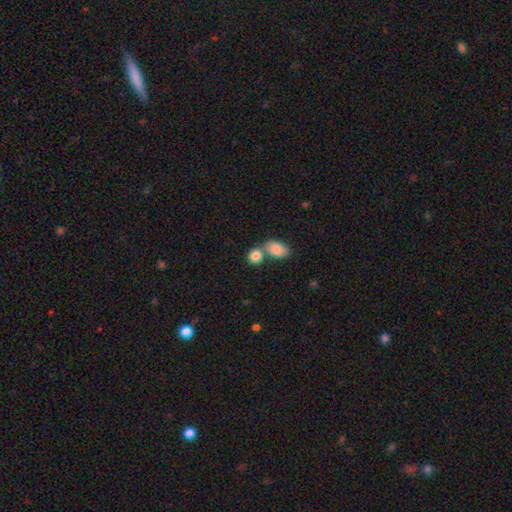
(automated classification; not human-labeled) Smooth or featured? smooth (85%)
How rounded? round (55%)
Merging? merger (47%)